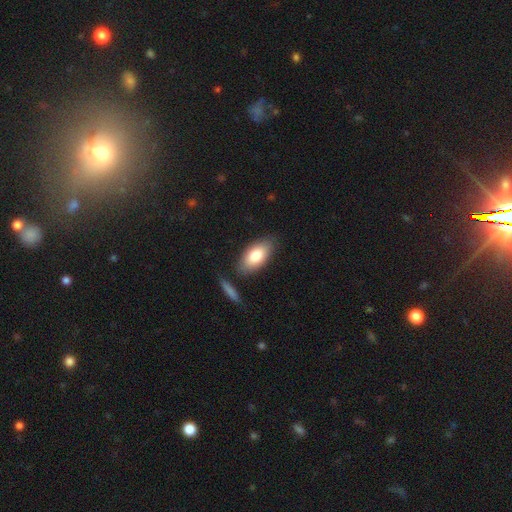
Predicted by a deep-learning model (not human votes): This is clearly a smooth galaxy (80%). How rounded: clearly in between (92%). Merging: likely none (80%).